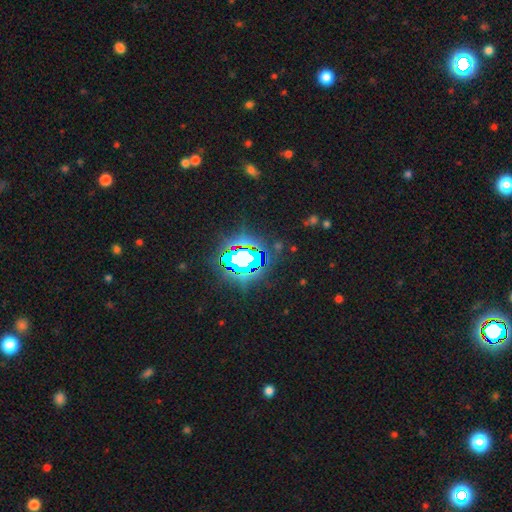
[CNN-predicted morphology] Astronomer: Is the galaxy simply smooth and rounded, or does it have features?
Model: star or artifact — 81%.